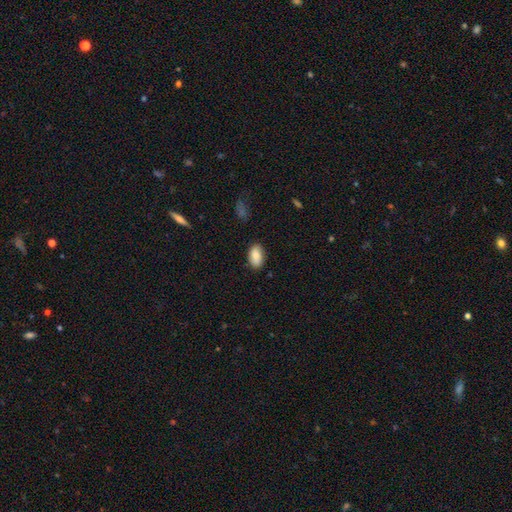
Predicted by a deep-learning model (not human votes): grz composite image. It shows a smooth galaxy with no disk features (84%) that is in between round and cigar-shaped (93%). Merging: none (84%).